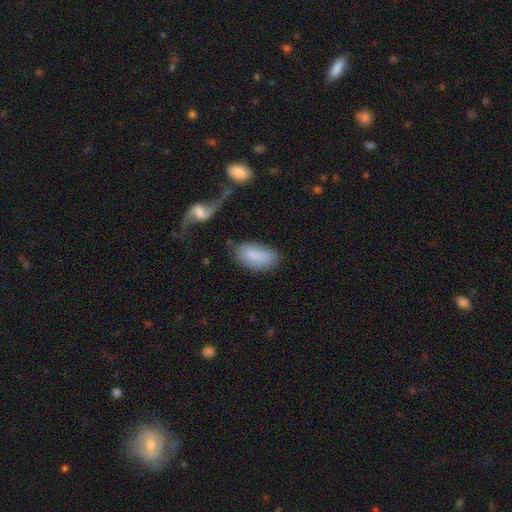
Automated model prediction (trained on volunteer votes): This appears to be a smooth galaxy with no disk features (78%) that is in between round and cigar-shaped (93%). Merging: none (62%).